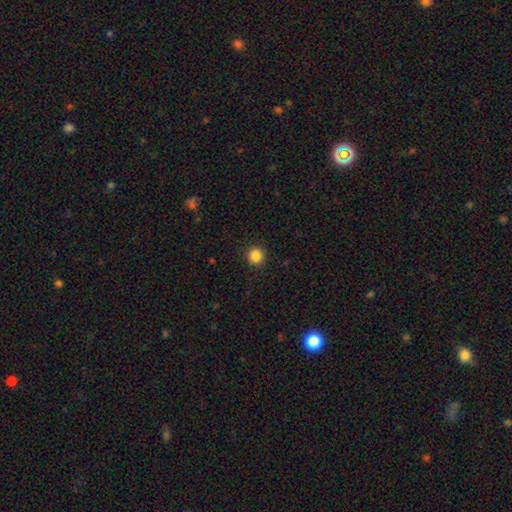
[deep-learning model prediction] Q: Smooth or featured?
A: smooth (86%); runner-up: star or artifact (11%)
Q: How rounded?
A: round (95%); runner-up: in between (4%)
Q: Merging?
A: none (93%); runner-up: minor disturbance (5%)